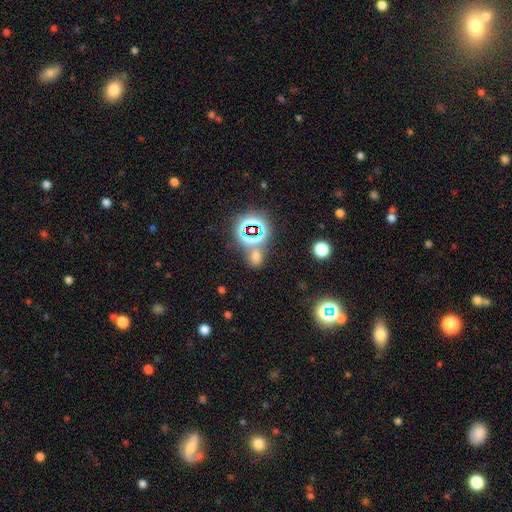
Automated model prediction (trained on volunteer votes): This appears to be a smooth galaxy with no disk features (49%). Merging: none (61%).